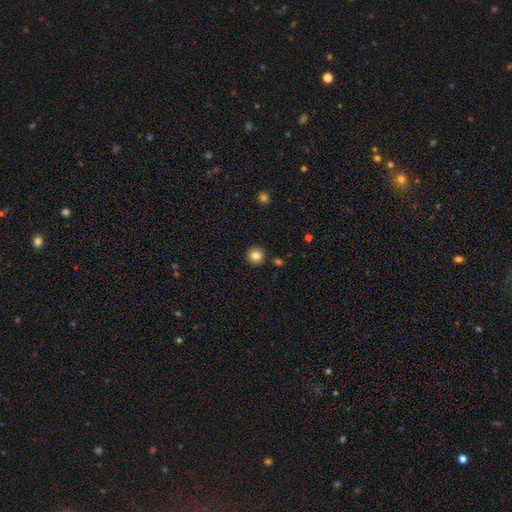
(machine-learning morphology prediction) Smooth or featured: smooth — 83% (star or artifact — 11%)
How rounded: round — 94% (in between — 5%)
Merging: none — 90% (minor disturbance — 6%)